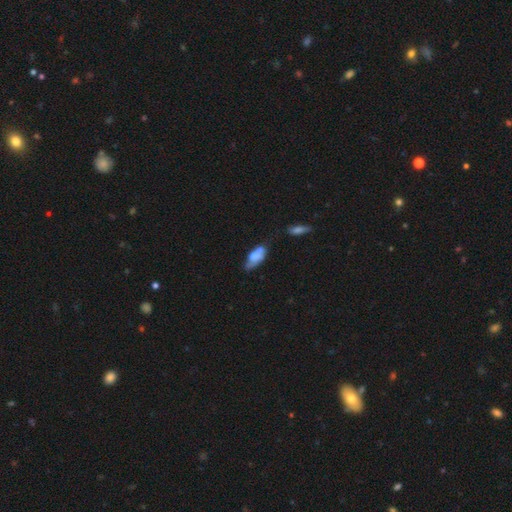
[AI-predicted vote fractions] A smooth galaxy with no disk features (62%) that is in between round and cigar-shaped (82%).

Vote fractions:
- Smooth or featured? smooth: 62% / featured or disk: 31% / star or artifact: 7%
- How rounded? in between: 82% / cigar-shaped: 16% / round: 2%
- Merging? none: 43% / minor disturbance: 34% / merger: 12% / major disturbance: 11%